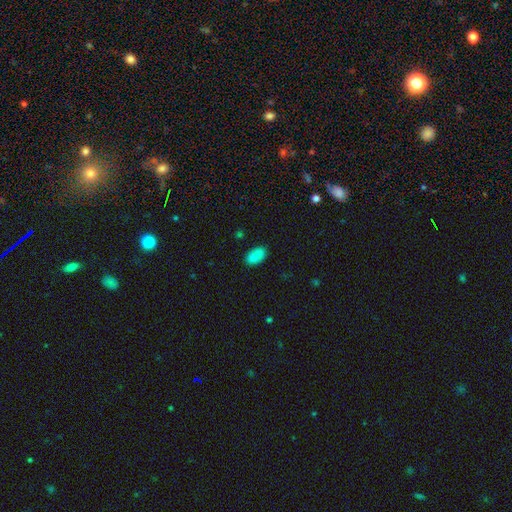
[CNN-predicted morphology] This appears to be a smooth galaxy with no disk features (89%) that is in between round and cigar-shaped (94%). Merging: none (88%).